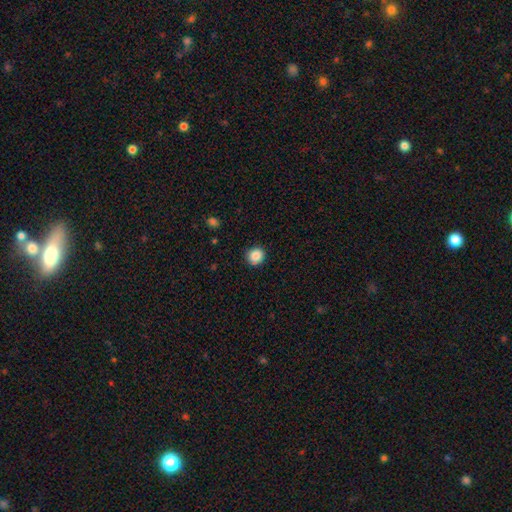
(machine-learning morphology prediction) type=smooth (86%); roundness=round (90%); merging=none (89%).